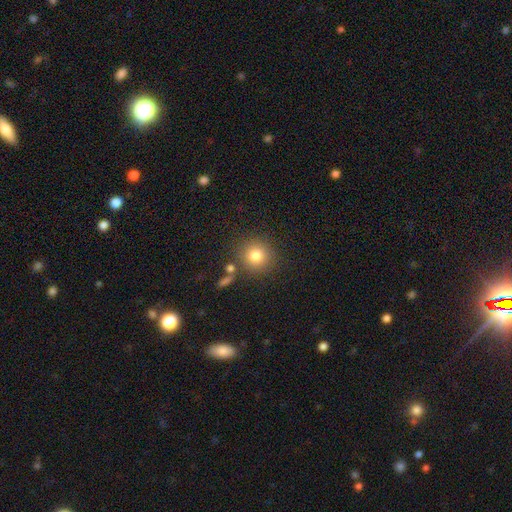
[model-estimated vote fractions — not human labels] Smooth or featured? Predicted: smooth (p=0.80). How rounded? Predicted: round (p=0.92). Merging? Predicted: none (p=0.80).